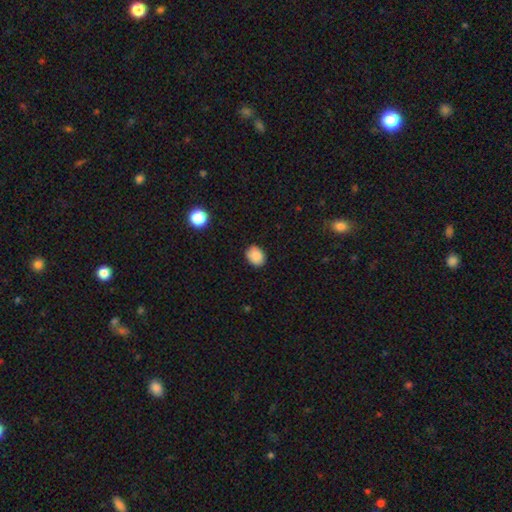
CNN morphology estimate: Smooth or featured: smooth — 87% (star or artifact — 9%)
How rounded: in between — 58% (round — 41%)
Merging: none — 84% (minor disturbance — 13%)